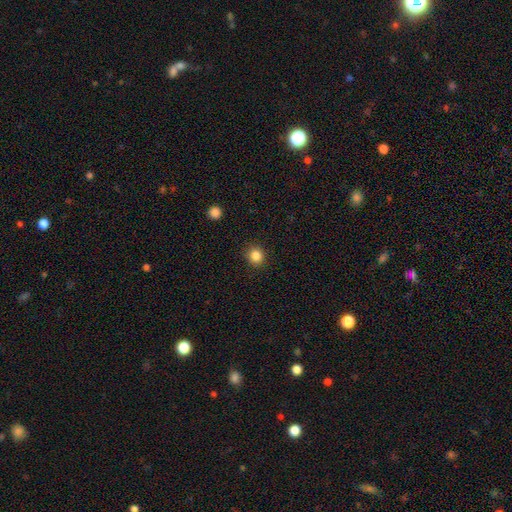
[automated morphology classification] Smooth or featured?
  - smooth: 84% *
  - star or artifact: 11%
  - featured or disk: 4%
How rounded?
  - round: 85% *
  - in between: 14%
  - cigar-shaped: 1%
Merging?
  - none: 90% *
  - minor disturbance: 7%
  - major disturbance: 2%
  - merger: 1%